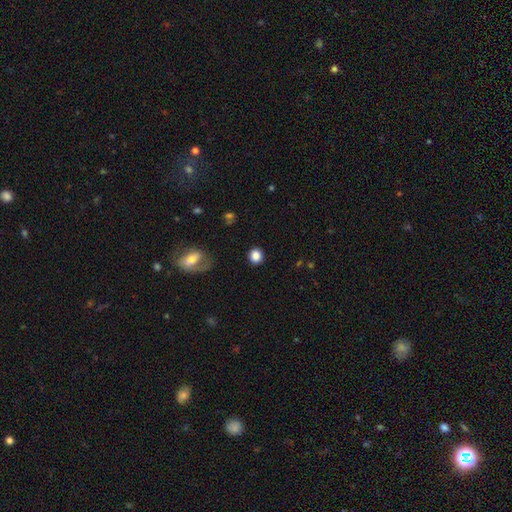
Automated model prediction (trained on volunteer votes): A smooth galaxy with no disk features (86%) that is round (85%). Merging: none (89%).